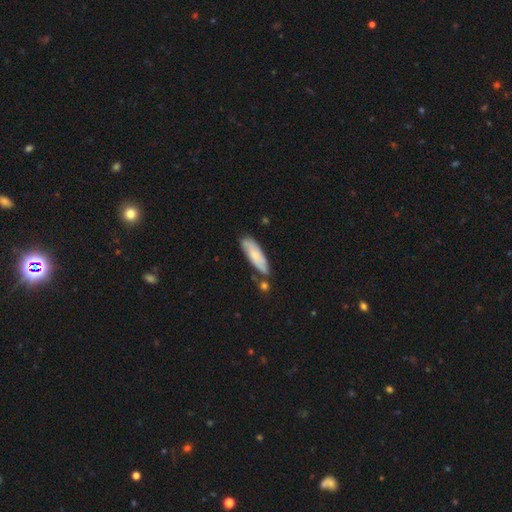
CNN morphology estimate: A smooth galaxy with no disk features (66%) that is cigar-shaped (56%). Merging: none (66%).